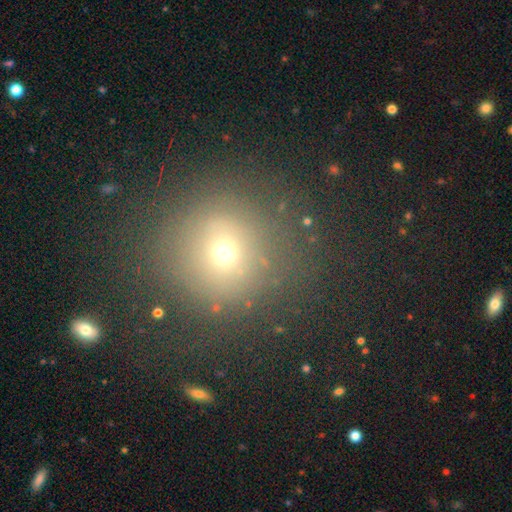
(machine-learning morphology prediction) This is likely a smooth galaxy (62%). How rounded: clearly round (93%). Merging: clearly none (81%).